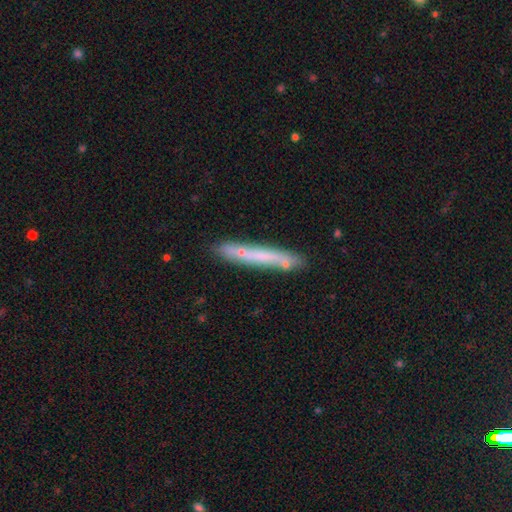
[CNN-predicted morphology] Overall: smooth (51%; featured or disk 42%). How rounded: cigar-shaped (96%). Merging: none (78%).